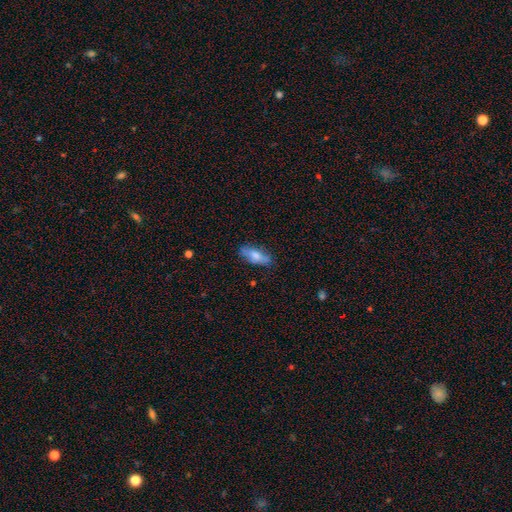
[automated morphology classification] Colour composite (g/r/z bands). It shows a smooth galaxy with no disk features (73%) that is in between round and cigar-shaped (72%). Merging: none (75%).